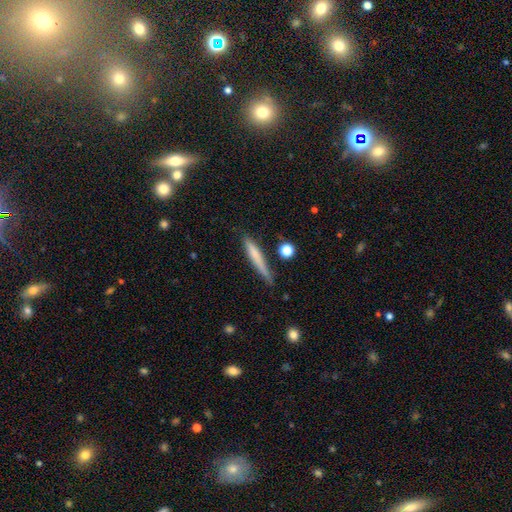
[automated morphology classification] type=smooth (66%); roundness=cigar-shaped (94%); merging=none (72%).